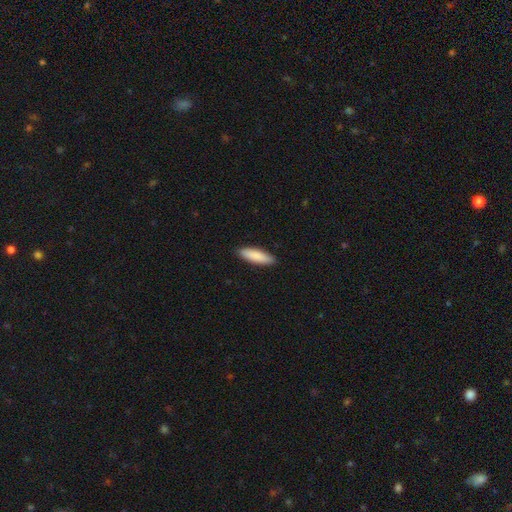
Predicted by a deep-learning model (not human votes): A smooth galaxy with no disk features (87%) that is cigar-shaped (59%).

Vote fractions:
- Smooth or featured? smooth: 87% / featured or disk: 8% / star or artifact: 5%
- How rounded? cigar-shaped: 59% / in between: 40% / round: 1%
- Merging? none: 90% / minor disturbance: 8% / major disturbance: 2% / merger: 1%